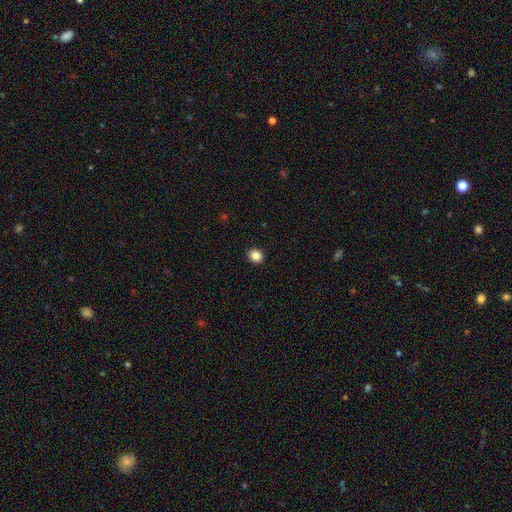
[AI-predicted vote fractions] Smooth or featured? Predicted: smooth (p=0.86). How rounded? Predicted: round (p=0.66). Merging? Predicted: none (p=0.92).